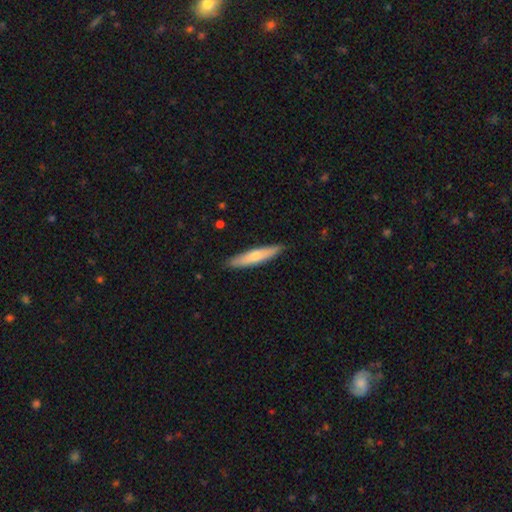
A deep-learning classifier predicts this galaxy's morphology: Overall: smooth (58%; featured or disk 36%). How rounded: cigar-shaped (84%). Merging: none (89%).